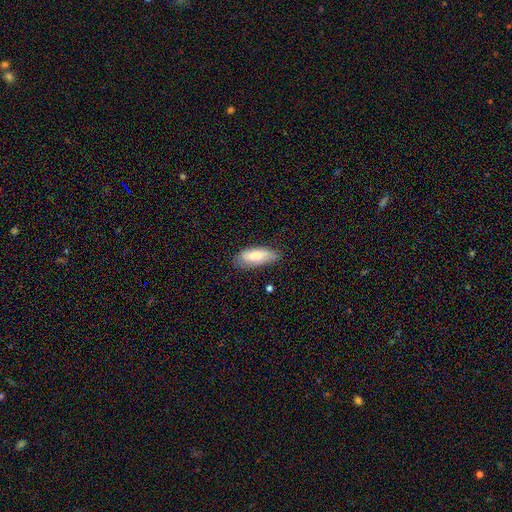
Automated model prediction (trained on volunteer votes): The model was most divided on "merging": none: 61%, minor disturbance: 30%, major disturbance: 7%, merger: 2%. More confident: smooth or featured — smooth (77%); how rounded — in between (74%).